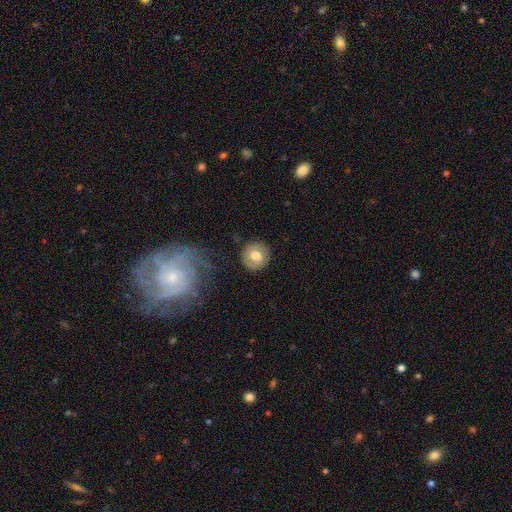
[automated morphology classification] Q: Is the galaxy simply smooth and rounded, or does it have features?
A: smooth — 63%.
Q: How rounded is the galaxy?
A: round — 87%.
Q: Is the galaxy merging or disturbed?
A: none — 85%.